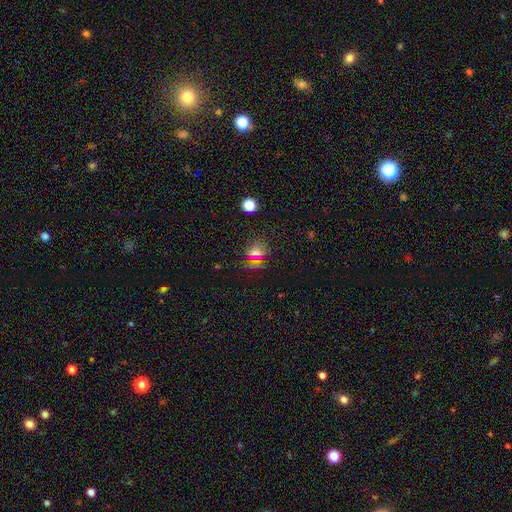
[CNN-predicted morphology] smooth-or-featured: smooth: 57% | star or artifact: 30% | featured or disk: 13%
  how-rounded: round: 63% | in between: 33% | cigar-shaped: 4%
  merging: none: 69% | minor disturbance: 15% | major disturbance: 9% | merger: 7%